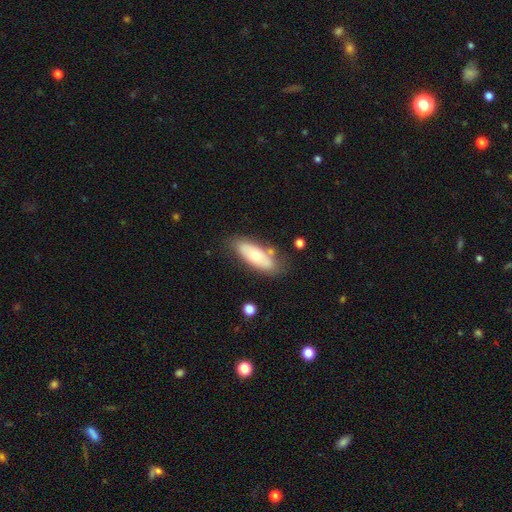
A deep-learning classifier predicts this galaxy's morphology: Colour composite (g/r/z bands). It shows a smooth galaxy with no disk features (58%) that is in between round and cigar-shaped (73%). Merging: none (72%).